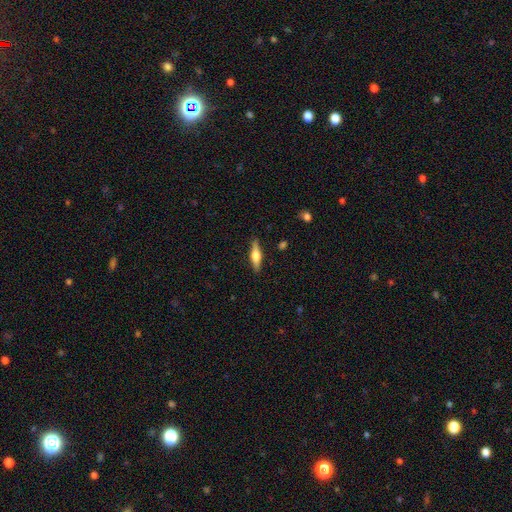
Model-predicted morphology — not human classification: Smooth or featured? featured or disk (55%)
Edge-on disk? yes (96%)
Edge-on bulge? rounded (88%)
Merging? none (87%)